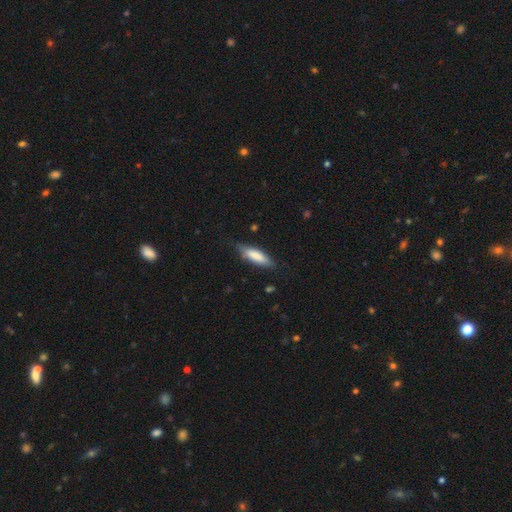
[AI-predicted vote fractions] smooth 78%, featured or disk 16%, star or artifact 6%. Down the decision tree: how rounded — cigar-shaped (54%); merging — none (75%).